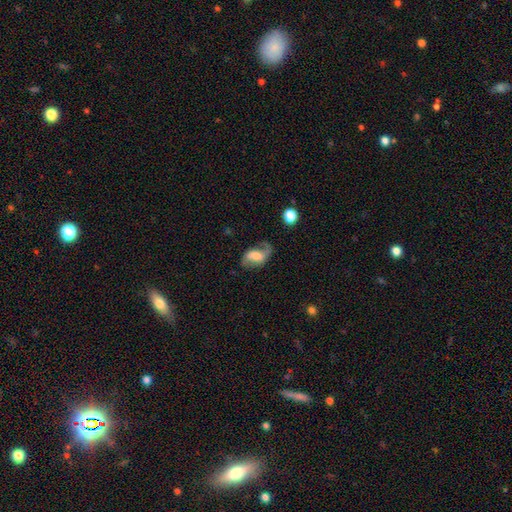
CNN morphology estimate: Q: Smooth or featured?
A: featured or disk (63%); runner-up: smooth (29%)
Q: Edge-on disk?
A: no (96%); runner-up: yes (4%)
Q: Bar?
A: weak (45%); runner-up: no (30%)
Q: Spiral arms?
A: yes (88%); runner-up: no (12%)
Q: Spiral winding?
A: loose (55%); runner-up: medium (35%)
Q: Spiral arm count?
A: 2 (71%); runner-up: 1 (22%)
Q: Bulge size?
A: moderate (30%); runner-up: large (29%)
Q: Merging?
A: none (52%); runner-up: minor disturbance (24%)